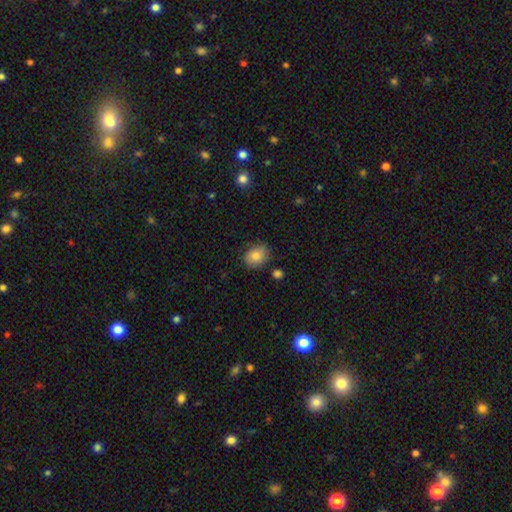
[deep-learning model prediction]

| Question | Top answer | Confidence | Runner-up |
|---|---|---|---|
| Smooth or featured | smooth | 81% | featured or disk (10%) |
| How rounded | in between | 50% | round (49%) |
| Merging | none | 77% | minor disturbance (17%) |